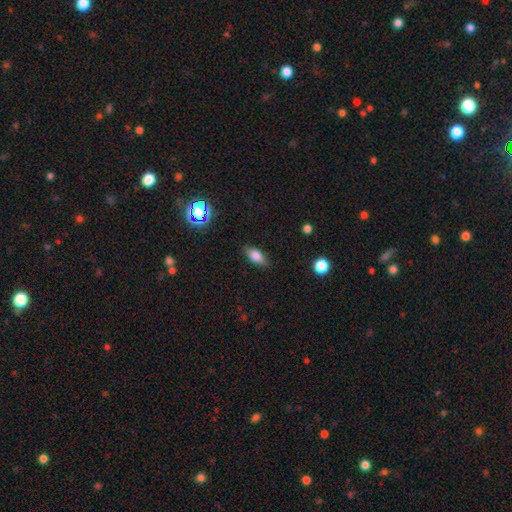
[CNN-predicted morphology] smooth_or_featured: smooth (p=0.77) [alt: featured or disk p=0.13]
how_rounded: in between (p=0.82) [alt: cigar-shaped p=0.13]
merging: none (p=0.84) [alt: minor disturbance p=0.12]